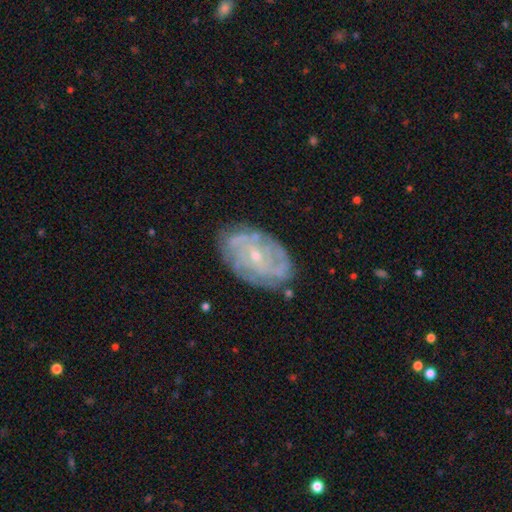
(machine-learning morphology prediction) A featured or disk galaxy (77%) with no bar (58%), tight (59%) spiral arms (85%) and a small central bulge (77%). Merging: none (77%).